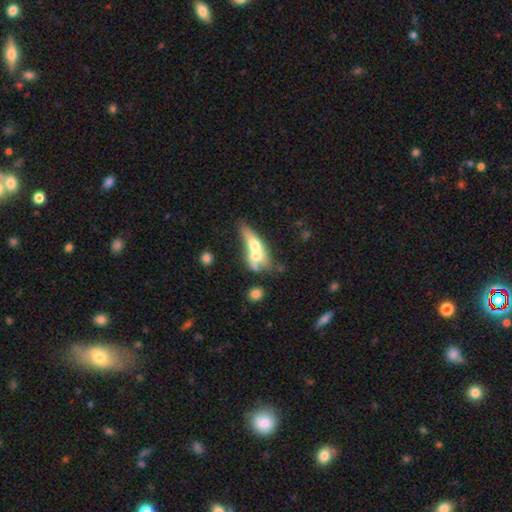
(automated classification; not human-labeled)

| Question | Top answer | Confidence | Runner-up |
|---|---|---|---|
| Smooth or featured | smooth | 52% | featured or disk (40%) |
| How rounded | in between | 55% | cigar-shaped (30%) |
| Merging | merger | 70% | none (15%) |